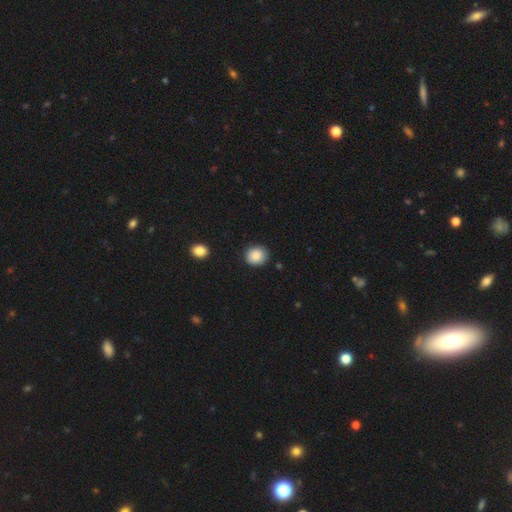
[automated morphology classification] This is clearly a smooth galaxy (87%). How rounded: clearly round (81%). Merging: clearly none (87%).